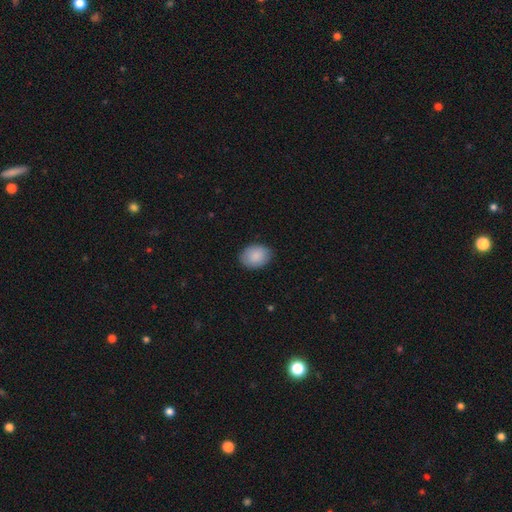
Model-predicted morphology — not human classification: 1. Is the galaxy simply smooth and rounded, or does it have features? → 88% smooth, 7% star or artifact, 5% featured or disk.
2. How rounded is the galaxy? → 68% in between, 31% round, 1% cigar-shaped.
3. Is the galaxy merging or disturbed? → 86% none, 11% minor disturbance, 2% major disturbance, 1% merger.